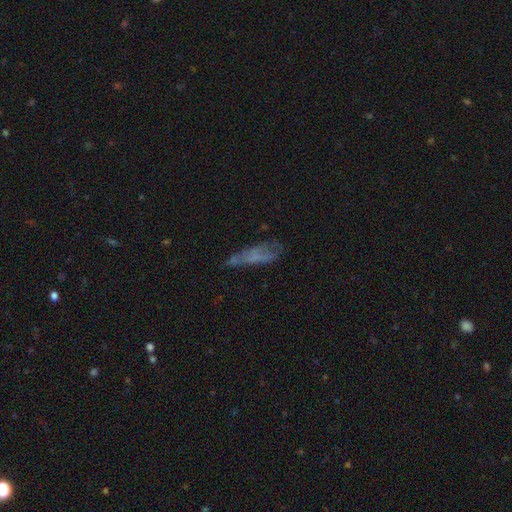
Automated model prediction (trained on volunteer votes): This appears to be a smooth galaxy with no disk features (46%). Merging: none (43%).